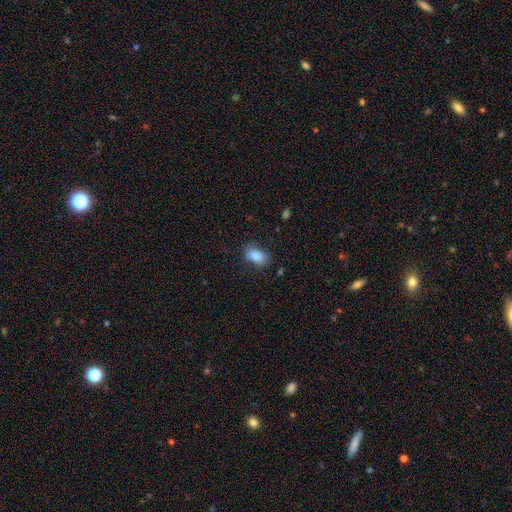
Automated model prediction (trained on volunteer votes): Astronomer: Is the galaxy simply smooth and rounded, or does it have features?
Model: smooth — 83%.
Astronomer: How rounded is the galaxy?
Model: in between — 85%.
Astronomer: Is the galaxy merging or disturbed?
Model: none — 76%.